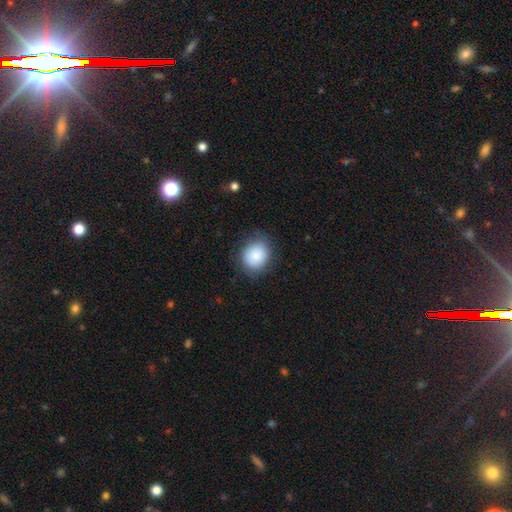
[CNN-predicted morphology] Smooth or featured? Predicted: smooth (p=0.84). How rounded? Predicted: round (p=0.69). Merging? Predicted: none (p=0.82).